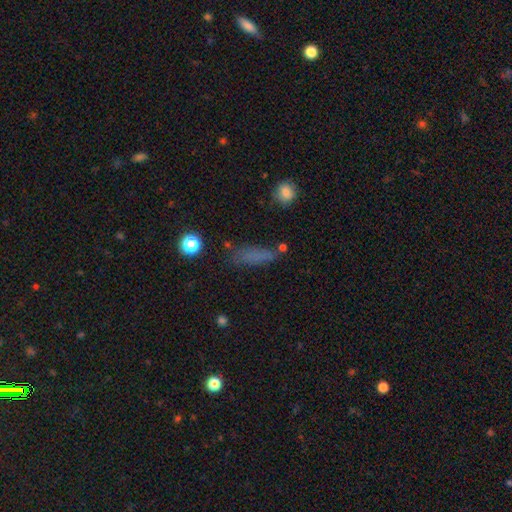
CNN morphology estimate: This appears to be a smooth galaxy with no disk features (71%) that is cigar-shaped (58%). Merging: none (73%).